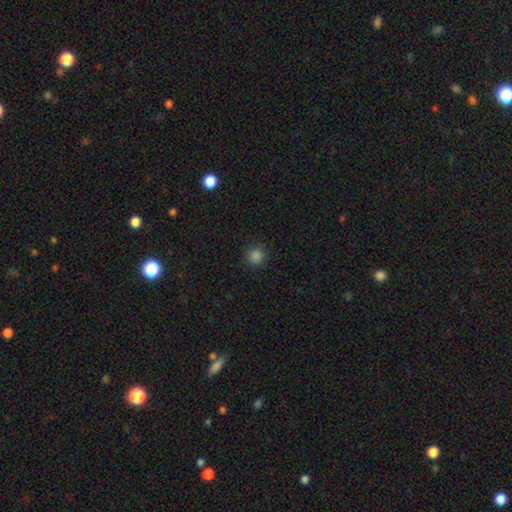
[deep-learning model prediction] This appears to be a smooth galaxy with no disk features (84%) that is round (94%). Merging: none (90%).